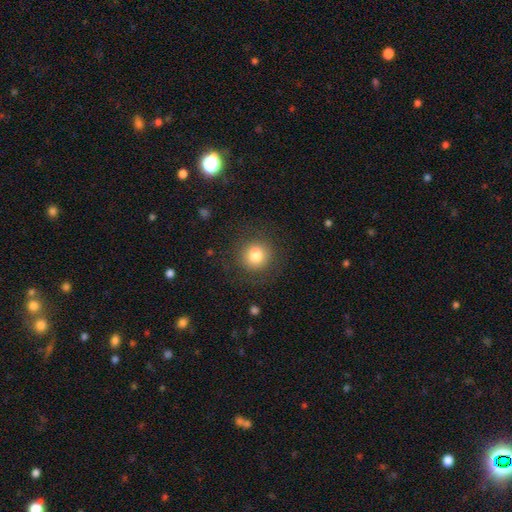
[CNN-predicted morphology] A smooth galaxy with no disk features (81%) that is round (89%).

Vote fractions:
- Smooth or featured? smooth: 81% / star or artifact: 11% / featured or disk: 8%
- How rounded? round: 89% / in between: 10% / cigar-shaped: 1%
- Merging? none: 85% / minor disturbance: 9% / major disturbance: 5% / merger: 1%